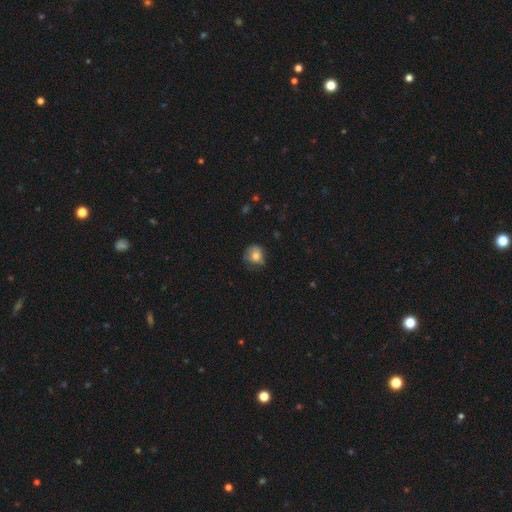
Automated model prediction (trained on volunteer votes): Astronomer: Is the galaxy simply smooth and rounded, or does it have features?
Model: smooth — 75%.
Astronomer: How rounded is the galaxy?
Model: round — 79%.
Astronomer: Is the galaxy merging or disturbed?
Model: none — 60%.